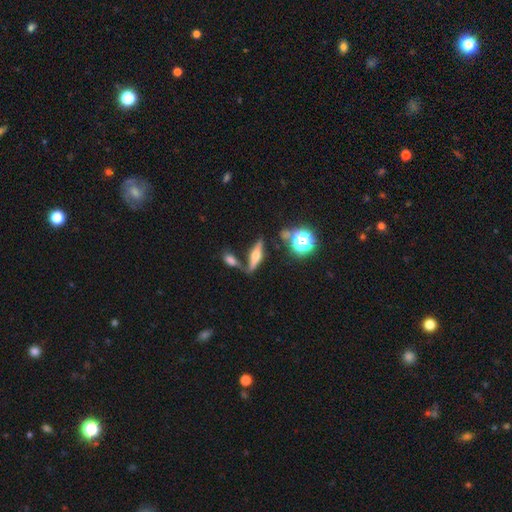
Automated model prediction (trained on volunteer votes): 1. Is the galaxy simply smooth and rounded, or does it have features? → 61% featured or disk, 27% smooth, 12% star or artifact.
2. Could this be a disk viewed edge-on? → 89% yes, 11% no.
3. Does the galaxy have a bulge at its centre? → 93% rounded, 5% boxy, 3% none.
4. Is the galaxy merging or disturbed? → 66% none, 16% merger, 13% minor disturbance, 5% major disturbance.